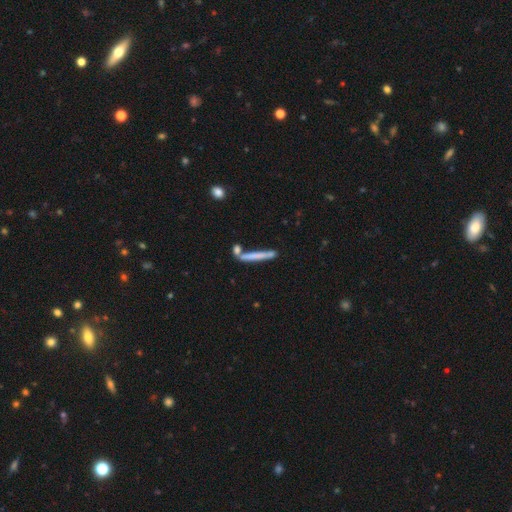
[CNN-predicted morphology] smooth-or-featured: smooth: 62% | featured or disk: 31% | star or artifact: 7%
  how-rounded: cigar-shaped: 95% | in between: 3% | round: 2%
  merging: none: 69% | merger: 15% | minor disturbance: 12% | major disturbance: 4%